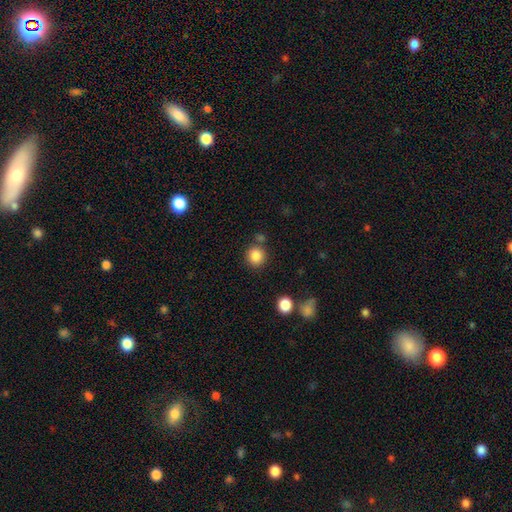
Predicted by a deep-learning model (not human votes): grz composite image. It shows a smooth galaxy with no disk features (86%) that is round (90%). Merging: none (79%).